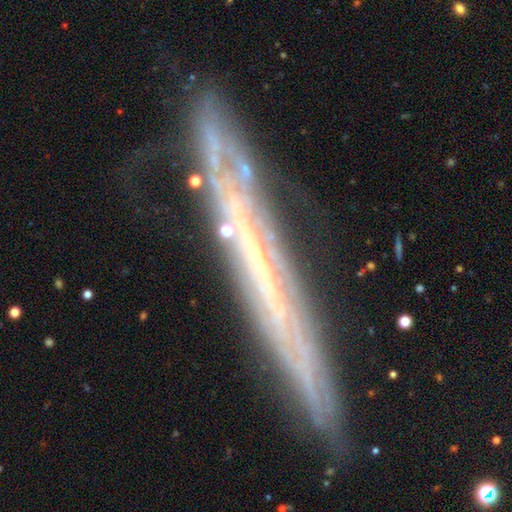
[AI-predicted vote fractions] This is likely a featured or disk galaxy (76%). It is clearly viewed edge-on (82%). Edge-on bulge: clearly none (83%). Merging: likely none (77%).